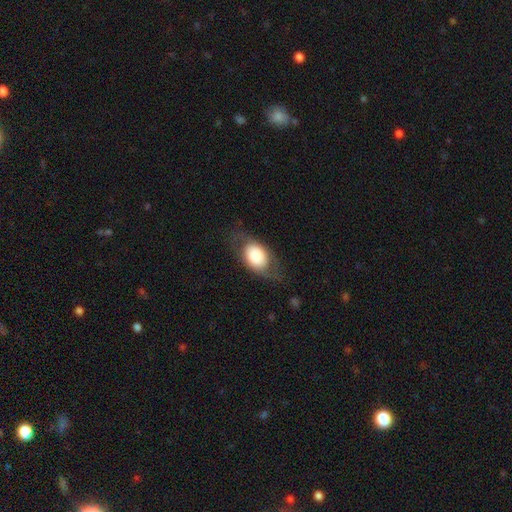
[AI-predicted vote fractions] This is likely a smooth galaxy (63%). How rounded: likely in between (75%). Merging: likely none (69%).